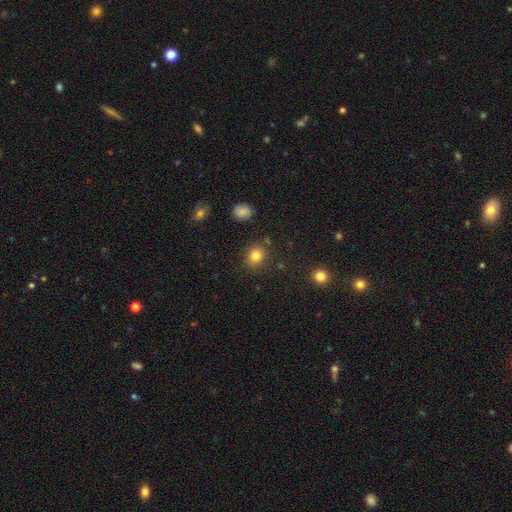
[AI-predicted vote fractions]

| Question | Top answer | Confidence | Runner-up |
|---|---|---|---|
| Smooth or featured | smooth | 82% | star or artifact (12%) |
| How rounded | round | 72% | in between (27%) |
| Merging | none | 85% | minor disturbance (9%) |